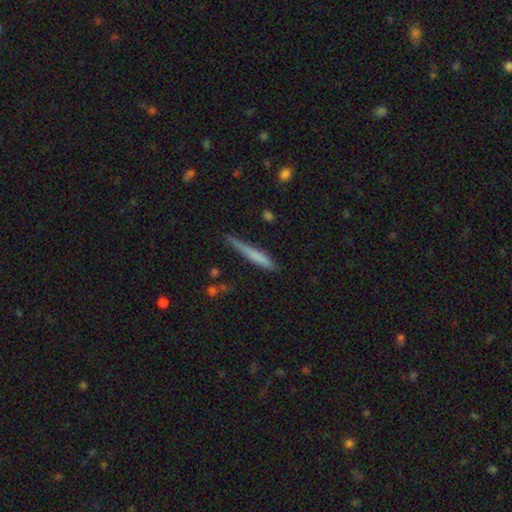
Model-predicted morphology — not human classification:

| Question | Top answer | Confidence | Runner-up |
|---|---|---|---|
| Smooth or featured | smooth | 68% | featured or disk (26%) |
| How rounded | cigar-shaped | 95% | in between (4%) |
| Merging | none | 71% | minor disturbance (22%) |